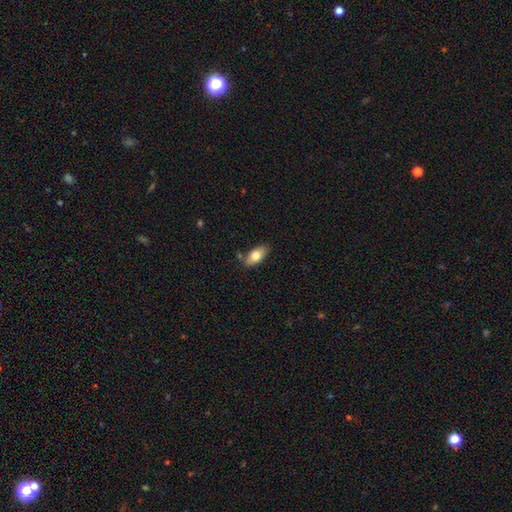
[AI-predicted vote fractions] Smooth or featured?
  - smooth: 75% *
  - featured or disk: 19%
  - star or artifact: 7%
How rounded?
  - in between: 88% *
  - cigar-shaped: 9%
  - round: 4%
Merging?
  - none: 81% *
  - minor disturbance: 13%
  - merger: 4%
  - major disturbance: 2%